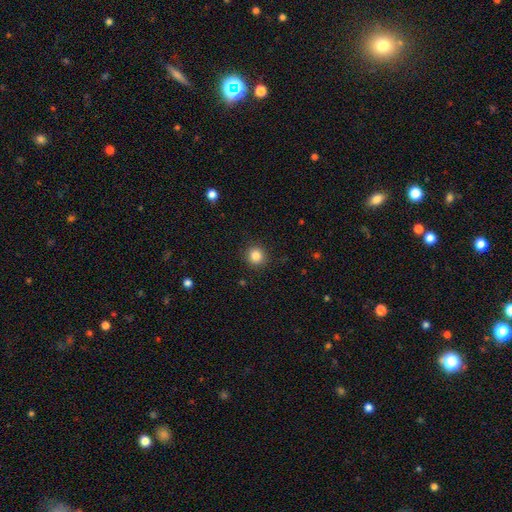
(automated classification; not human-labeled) The model was most divided on "smooth or featured": smooth: 85%, star or artifact: 11%, featured or disk: 5%. More confident: how rounded — round (92%); merging — none (90%).